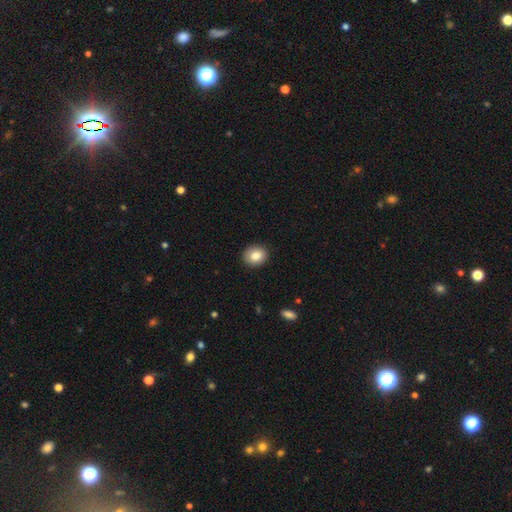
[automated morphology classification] Overall: smooth (84%). How rounded: round (65%; in between 34%). Merging: none (90%).